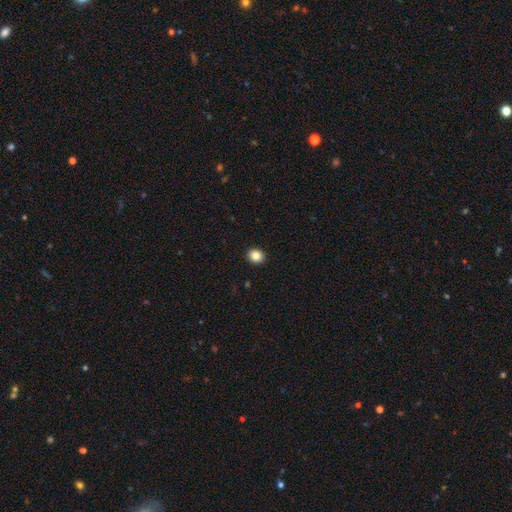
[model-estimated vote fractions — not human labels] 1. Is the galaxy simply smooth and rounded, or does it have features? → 85% smooth, 10% star or artifact, 5% featured or disk.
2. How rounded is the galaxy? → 70% round, 29% in between, 1% cigar-shaped.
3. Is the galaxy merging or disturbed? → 93% none, 5% minor disturbance, 2% major disturbance, 1% merger.